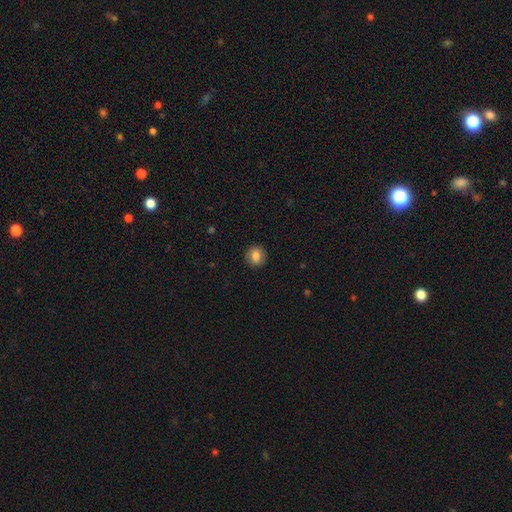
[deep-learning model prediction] This is clearly a smooth galaxy (82%). How rounded: clearly round (83%). Merging: clearly none (90%).